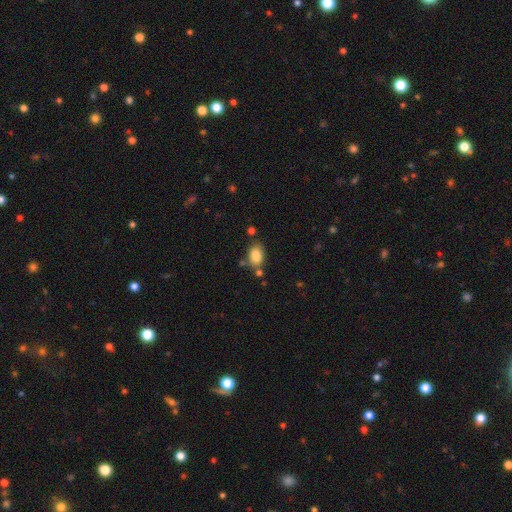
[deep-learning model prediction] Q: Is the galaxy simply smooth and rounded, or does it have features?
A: smooth — 86%.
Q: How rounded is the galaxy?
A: in between — 83%.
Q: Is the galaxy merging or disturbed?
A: none — 69%.